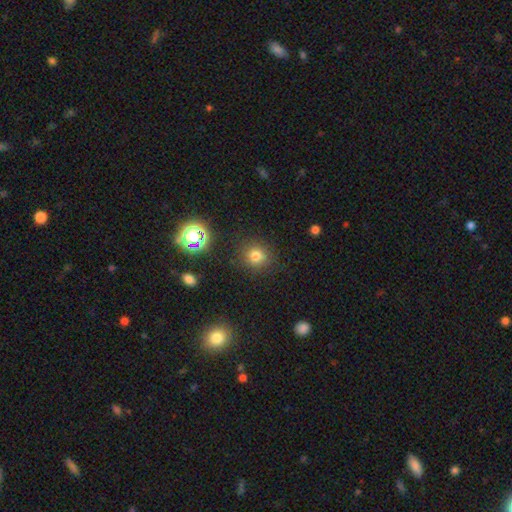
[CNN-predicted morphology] This is likely a smooth galaxy (73%). How rounded: clearly round (87%). Merging: clearly none (86%).